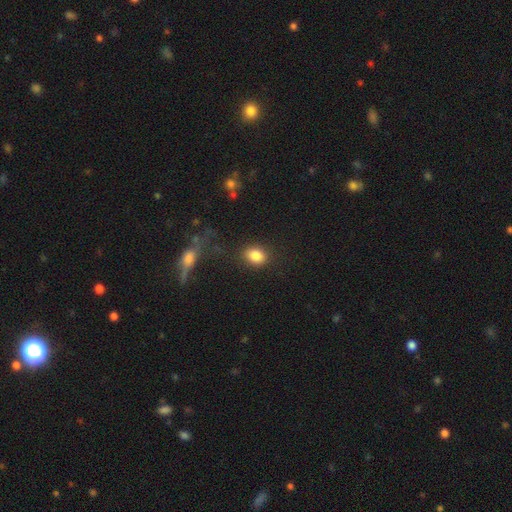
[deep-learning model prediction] A smooth galaxy with no disk features (85%) that is in between round and cigar-shaped (57%).

Vote fractions:
- Smooth or featured? smooth: 85% / star or artifact: 9% / featured or disk: 5%
- How rounded? in between: 57% / round: 41% / cigar-shaped: 1%
- Merging? none: 83% / minor disturbance: 11% / major disturbance: 4% / merger: 3%